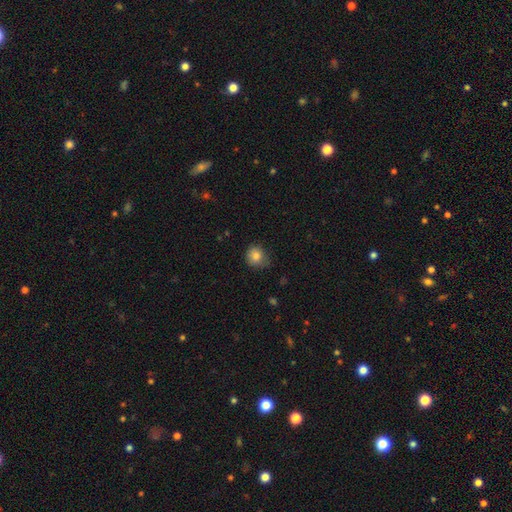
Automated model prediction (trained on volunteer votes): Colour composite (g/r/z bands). It shows a smooth galaxy with no disk features (82%) that is round (78%). Merging: none (65%).